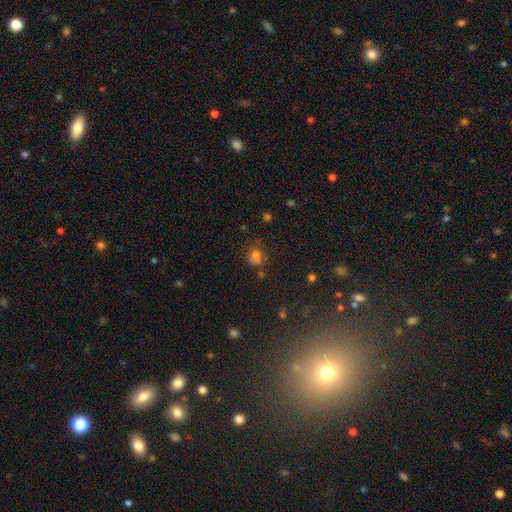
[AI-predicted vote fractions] Smooth or featured? Predicted: smooth (p=0.70). How rounded? Predicted: round (p=0.75). Merging? Predicted: none (p=0.55).